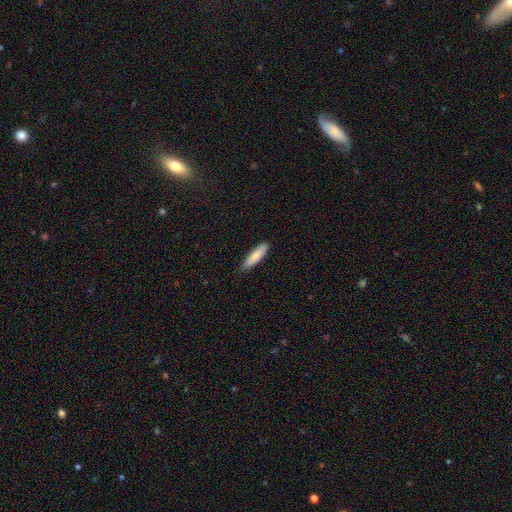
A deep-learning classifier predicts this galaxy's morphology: Q: Smooth or featured?
A: smooth (79%); runner-up: featured or disk (15%)
Q: How rounded?
A: cigar-shaped (64%); runner-up: in between (35%)
Q: Merging?
A: none (86%); runner-up: minor disturbance (11%)